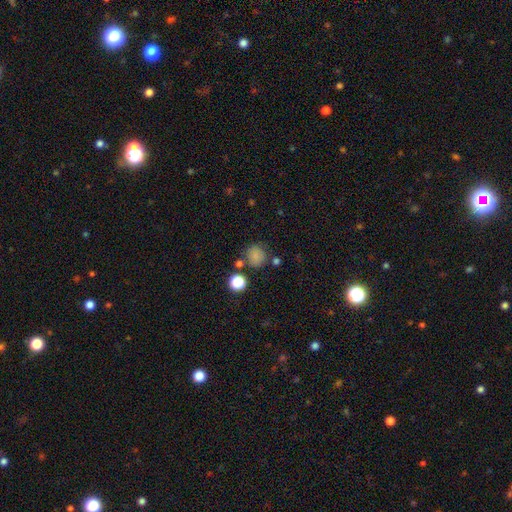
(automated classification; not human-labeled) Smooth or featured?
  - smooth: 80% *
  - star or artifact: 14%
  - featured or disk: 6%
How rounded?
  - round: 85% *
  - in between: 14%
  - cigar-shaped: 1%
Merging?
  - none: 72% *
  - minor disturbance: 14%
  - merger: 9%
  - major disturbance: 5%